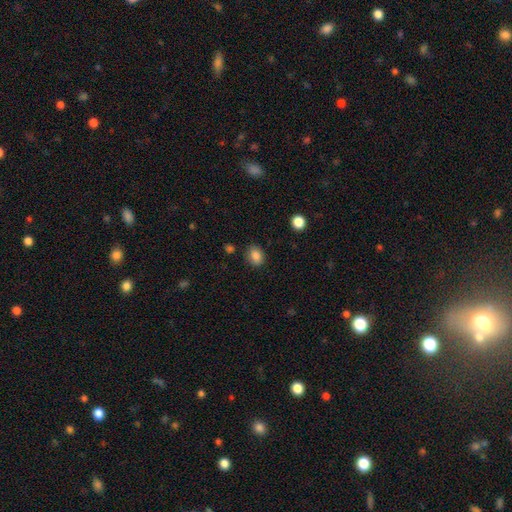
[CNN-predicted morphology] The model was most divided on "how rounded": in between: 54%, round: 45%, cigar-shaped: 1%. More confident: smooth or featured — smooth (86%); merging — none (82%).